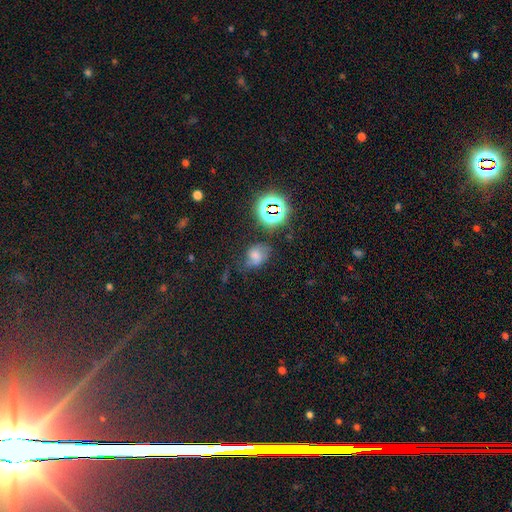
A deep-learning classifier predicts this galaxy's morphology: smooth 47%, star or artifact 31%, featured or disk 22%. Down the decision tree: merging — none (53%).